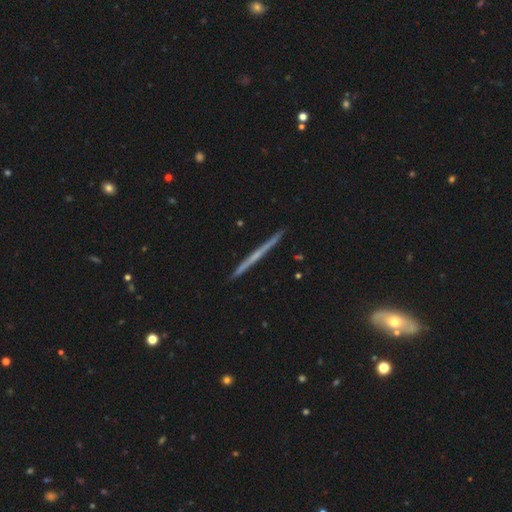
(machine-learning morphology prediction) featured or disk 67%, smooth 28%, star or artifact 6%. Down the decision tree: edge-on disk — yes (98%); edge-on bulge — none (79%); merging — none (92%).